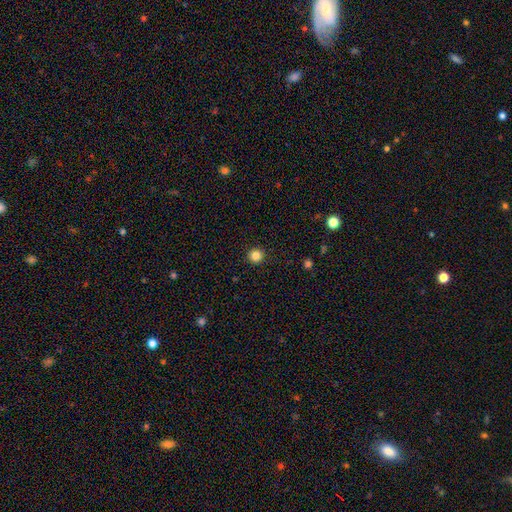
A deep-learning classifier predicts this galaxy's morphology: type=smooth (85%); roundness=round (95%); merging=none (93%).